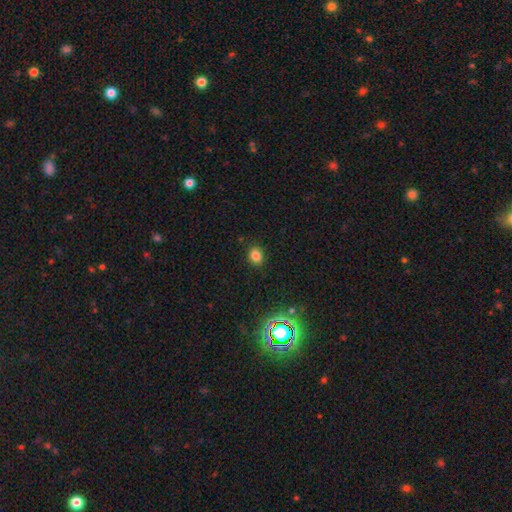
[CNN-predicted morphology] Smooth or featured: smooth — 80% (star or artifact — 15%)
How rounded: round — 53% (in between — 46%)
Merging: none — 88% (minor disturbance — 8%)